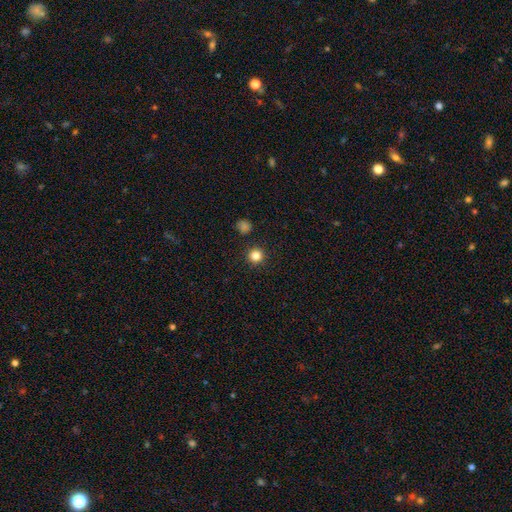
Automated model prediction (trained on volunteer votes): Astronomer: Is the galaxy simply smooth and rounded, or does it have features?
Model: smooth — 84%.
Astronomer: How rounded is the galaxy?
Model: round — 96%.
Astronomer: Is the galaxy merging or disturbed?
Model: none — 93%.